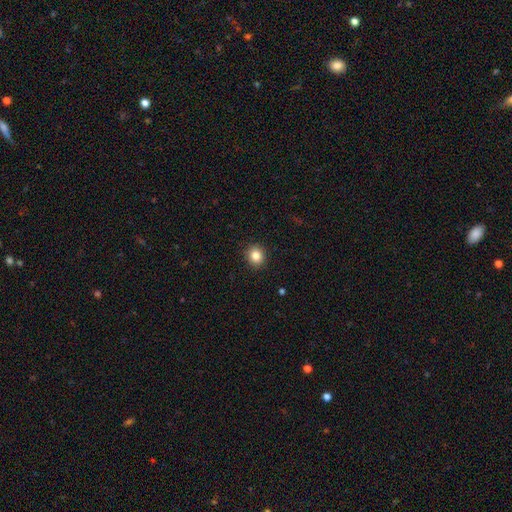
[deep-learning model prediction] Q: Smooth or featured?
A: smooth (84%); runner-up: star or artifact (10%)
Q: How rounded?
A: round (84%); runner-up: in between (15%)
Q: Merging?
A: none (92%); runner-up: minor disturbance (5%)